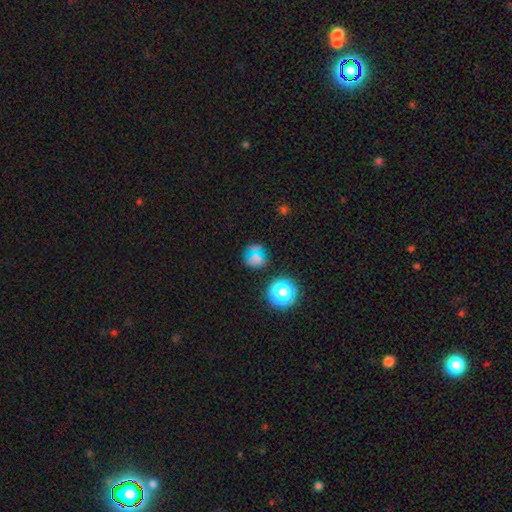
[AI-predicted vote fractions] Morphology: type=smooth (54%); roundness=round (86%); merging=none (73%).